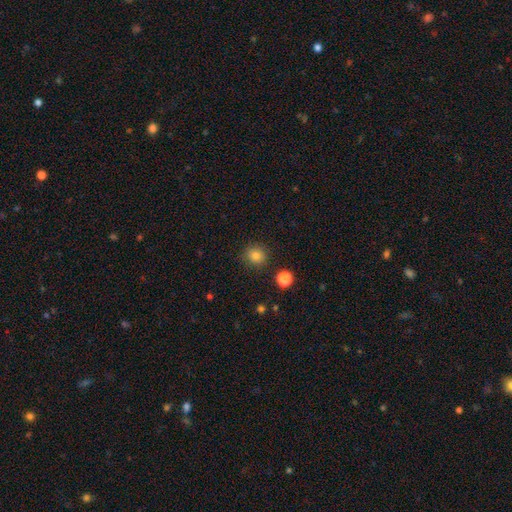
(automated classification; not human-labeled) smooth 81%, star or artifact 12%, featured or disk 7%. Down the decision tree: how rounded — round (89%); merging — none (88%).